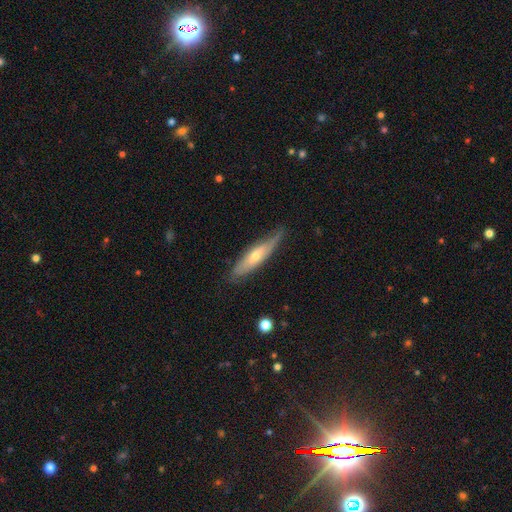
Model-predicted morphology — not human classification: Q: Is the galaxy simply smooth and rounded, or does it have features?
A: featured or disk — 55%.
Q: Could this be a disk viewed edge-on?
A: yes — 83%.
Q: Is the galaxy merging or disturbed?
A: none — 81%.